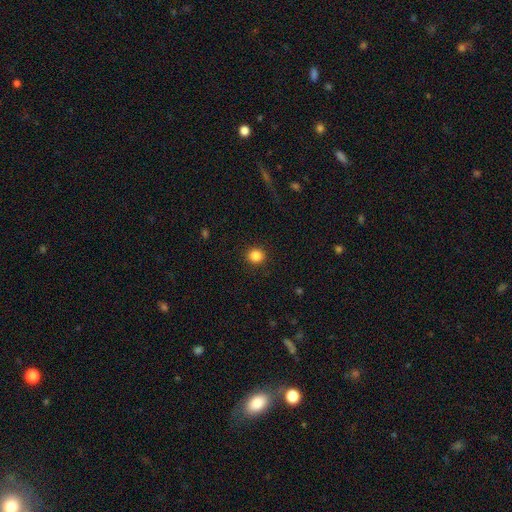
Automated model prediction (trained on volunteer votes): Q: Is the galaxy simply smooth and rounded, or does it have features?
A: smooth — 85%.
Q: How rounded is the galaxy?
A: round — 91%.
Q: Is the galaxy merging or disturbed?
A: none — 92%.